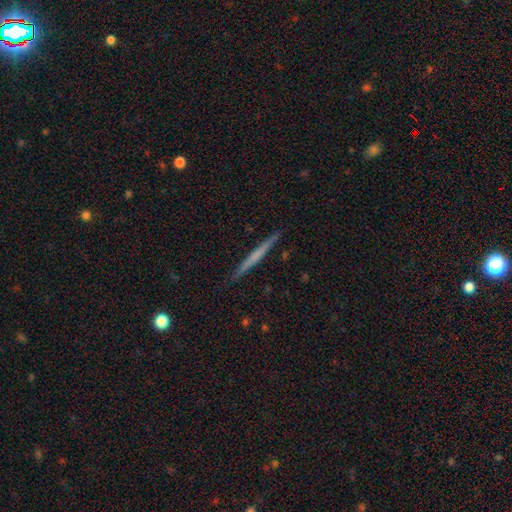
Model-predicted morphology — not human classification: Smooth or featured? Predicted: featured or disk (p=0.51). Edge-on disk? Predicted: yes (p=0.98). Merging? Predicted: none (p=0.92).